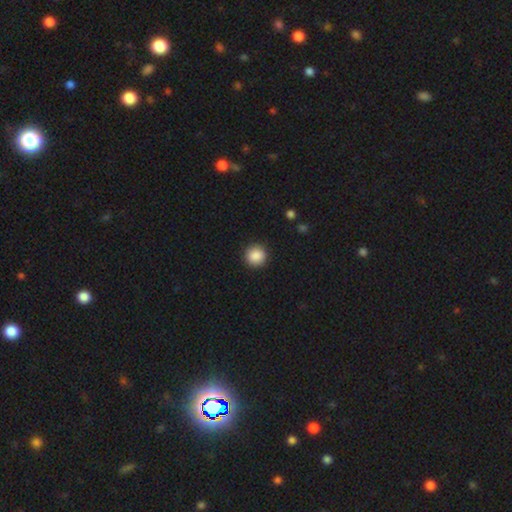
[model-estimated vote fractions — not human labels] A smooth galaxy with no disk features (88%) that is round (94%).

Vote fractions:
- Smooth or featured? smooth: 88% / star or artifact: 9% / featured or disk: 3%
- How rounded? round: 94% / in between: 5% / cigar-shaped: 1%
- Merging? none: 91% / minor disturbance: 6% / major disturbance: 2% / merger: 1%